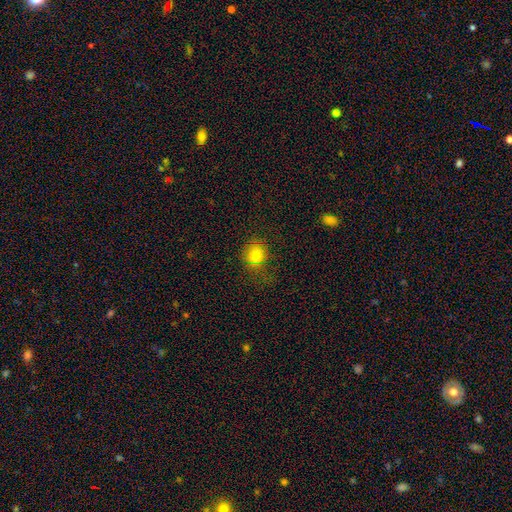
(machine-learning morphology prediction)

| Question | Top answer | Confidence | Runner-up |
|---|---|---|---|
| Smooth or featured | smooth | 80% | star or artifact (13%) |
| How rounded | round | 76% | in between (23%) |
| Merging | none | 69% | minor disturbance (19%) |